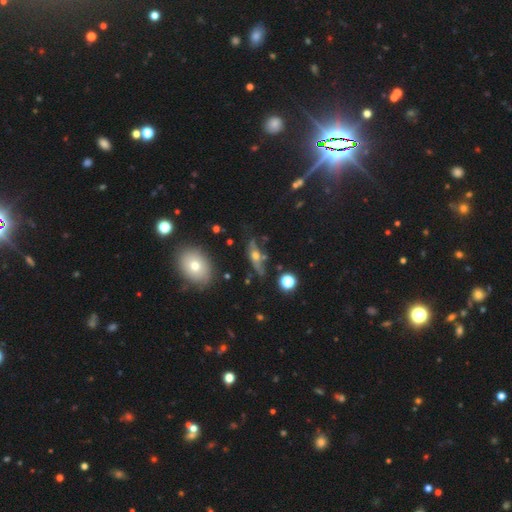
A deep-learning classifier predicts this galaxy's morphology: The model was most divided on "smooth or featured": featured or disk: 56%, smooth: 31%, star or artifact: 14%. More confident: edge-on disk — yes (74%); merging — none (66%).